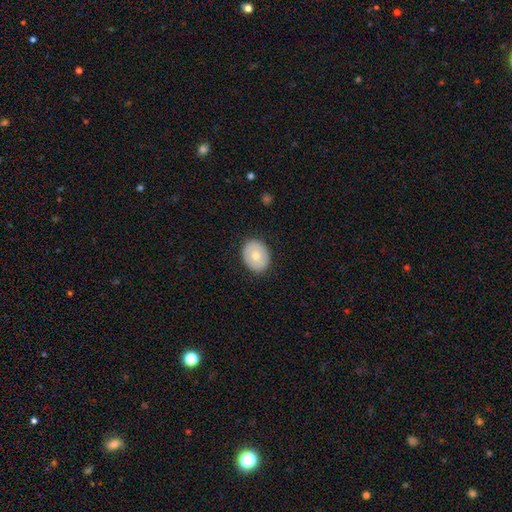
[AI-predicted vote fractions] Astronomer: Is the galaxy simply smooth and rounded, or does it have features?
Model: smooth — 69%.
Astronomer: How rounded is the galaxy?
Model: round — 50% (runner-up: in between, 49%).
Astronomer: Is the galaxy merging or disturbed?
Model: none — 88%.